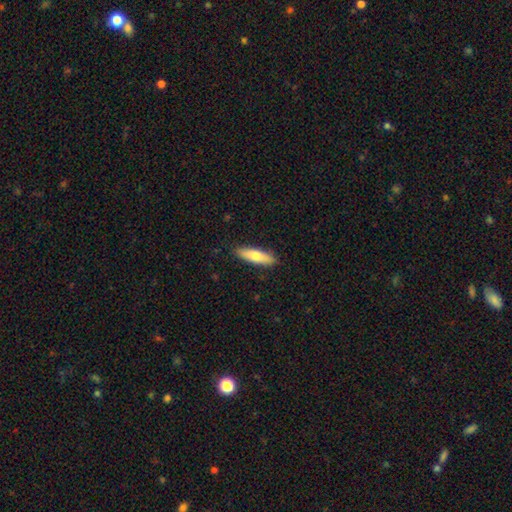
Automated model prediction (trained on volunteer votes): Smooth or featured?
  - smooth: 71% *
  - featured or disk: 23%
  - star or artifact: 5%
How rounded?
  - cigar-shaped: 61% *
  - in between: 37%
  - round: 2%
Merging?
  - none: 89% *
  - minor disturbance: 9%
  - major disturbance: 2%
  - merger: 1%